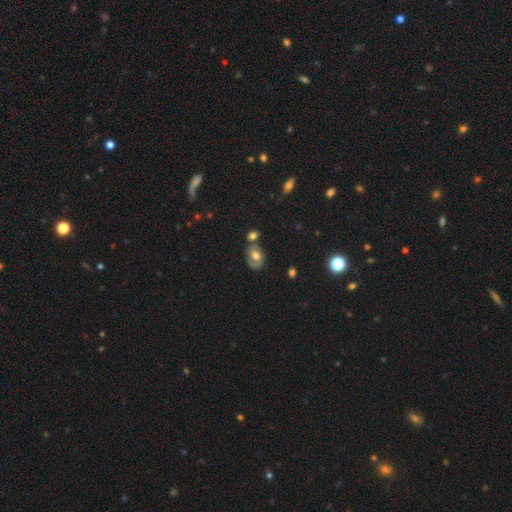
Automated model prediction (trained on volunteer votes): Q: Smooth or featured?
A: featured or disk (55%); runner-up: smooth (37%)
Q: Edge-on disk?
A: no (95%); runner-up: yes (5%)
Q: Bar?
A: no (69%); runner-up: weak (24%)
Q: Spiral arms?
A: yes (60%); runner-up: no (40%)
Q: Bulge size?
A: moderate (58%); runner-up: large (32%)
Q: Merging?
A: none (53%); runner-up: merger (20%)